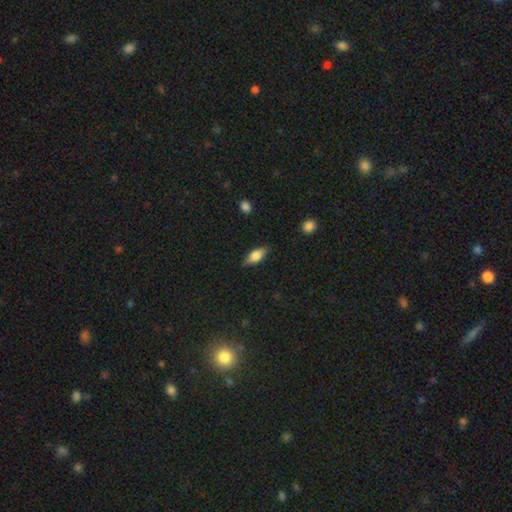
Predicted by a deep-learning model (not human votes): A smooth galaxy with no disk features (74%) that is in between round and cigar-shaped (76%). Merging: none (84%).